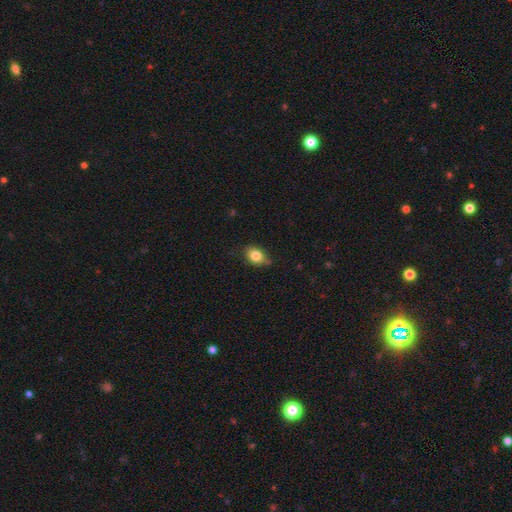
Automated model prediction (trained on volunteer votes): Smooth or featured? smooth (81%)
How rounded? in between (62%)
Merging? none (72%)